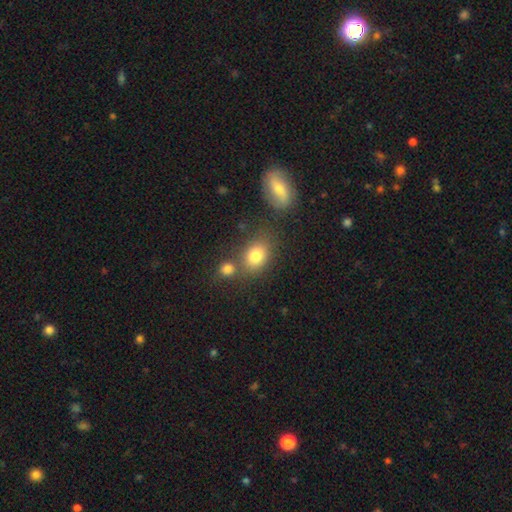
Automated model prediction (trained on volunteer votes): Smooth or featured?
  - smooth: 79% *
  - star or artifact: 11%
  - featured or disk: 10%
How rounded?
  - in between: 63% *
  - round: 35%
  - cigar-shaped: 2%
Merging?
  - none: 62% *
  - merger: 19%
  - minor disturbance: 13%
  - major disturbance: 5%